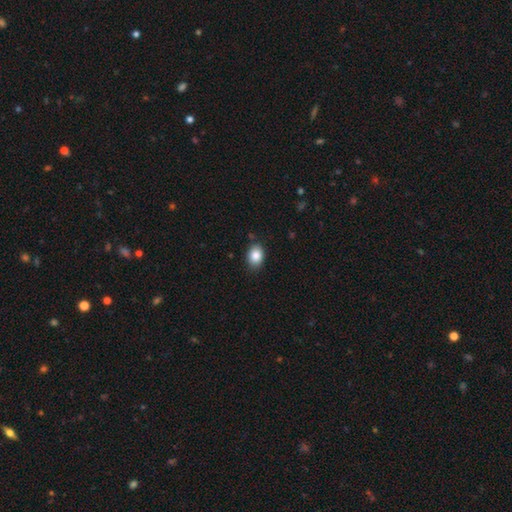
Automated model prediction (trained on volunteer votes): The model was most divided on "how rounded": in between: 70%, round: 29%, cigar-shaped: 1%. More confident: smooth or featured — smooth (86%); merging — none (83%).